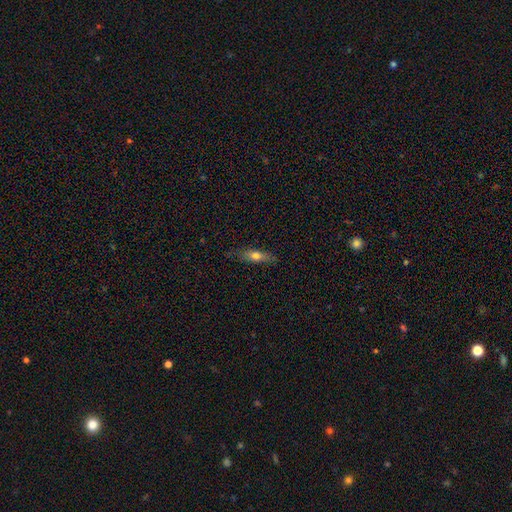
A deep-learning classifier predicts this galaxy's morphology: Overall: smooth (65%; featured or disk 28%). How rounded: cigar-shaped (52%; in between 45%). Merging: none (76%).